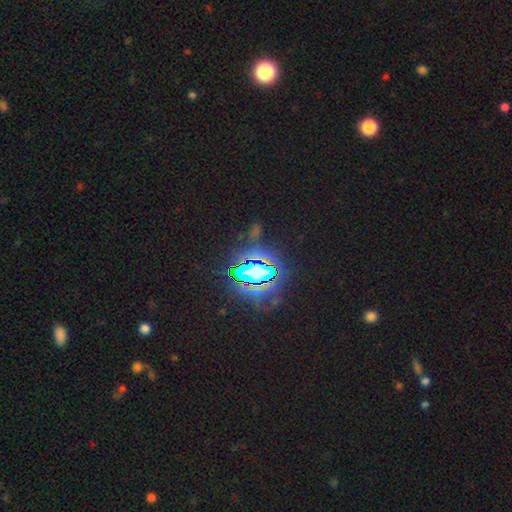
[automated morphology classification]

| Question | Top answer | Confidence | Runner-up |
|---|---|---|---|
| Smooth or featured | star or artifact | 79% | smooth (12%) |